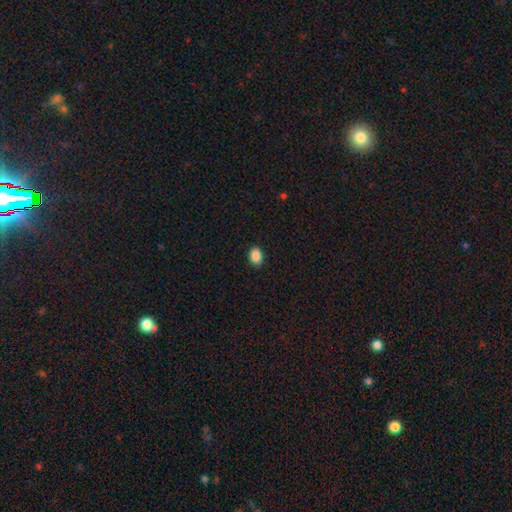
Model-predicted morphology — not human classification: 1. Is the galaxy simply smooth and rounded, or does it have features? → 89% smooth, 8% star or artifact, 3% featured or disk.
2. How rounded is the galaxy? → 73% in between, 26% round, 1% cigar-shaped.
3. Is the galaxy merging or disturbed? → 90% none, 7% minor disturbance, 2% major disturbance, 1% merger.